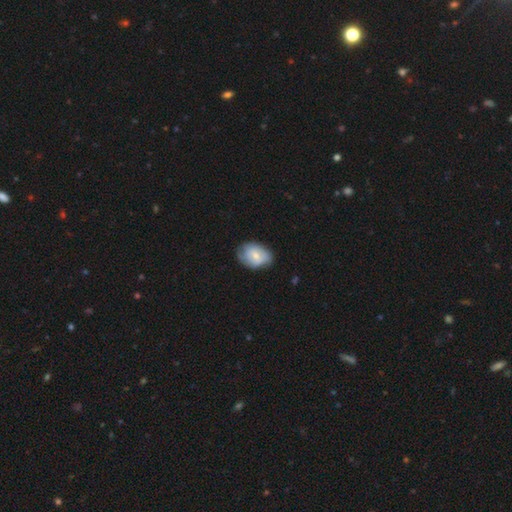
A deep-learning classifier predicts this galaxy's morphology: Smooth or featured? smooth (60%)
How rounded? in between (76%)
Merging? none (59%)